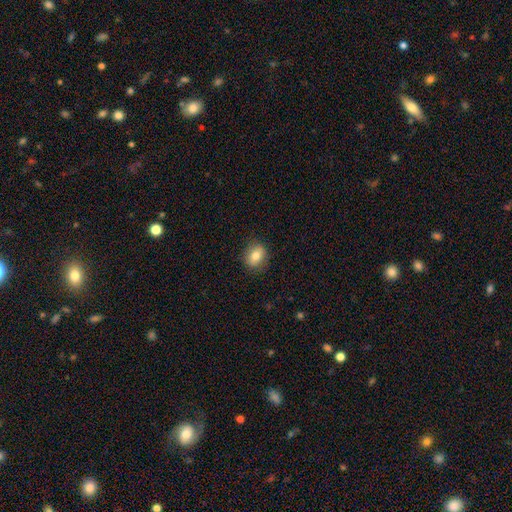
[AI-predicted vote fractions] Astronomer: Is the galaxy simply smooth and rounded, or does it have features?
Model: smooth — 78%.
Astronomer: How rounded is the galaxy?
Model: round — 51% (runner-up: in between, 47%).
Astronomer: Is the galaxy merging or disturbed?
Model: none — 86%.